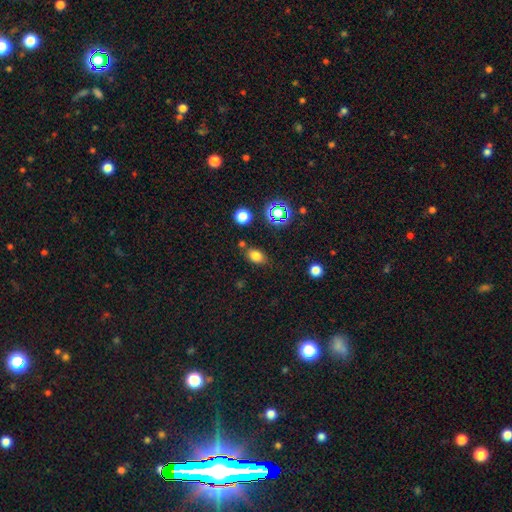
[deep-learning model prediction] smooth_or_featured: smooth (p=0.76) [alt: star or artifact p=0.16]
how_rounded: in between (p=0.78) [alt: round p=0.20]
merging: none (p=0.75) [alt: minor disturbance p=0.14]